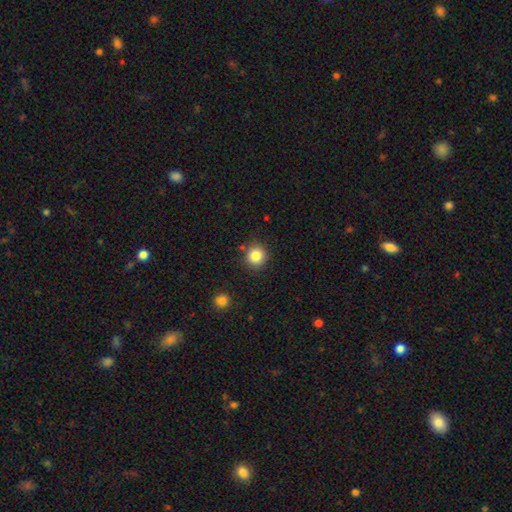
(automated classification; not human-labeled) smooth-or-featured: smooth: 84% | star or artifact: 10% | featured or disk: 5%
  how-rounded: round: 92% | in between: 7% | cigar-shaped: 1%
  merging: none: 86% | minor disturbance: 8% | merger: 3% | major disturbance: 3%